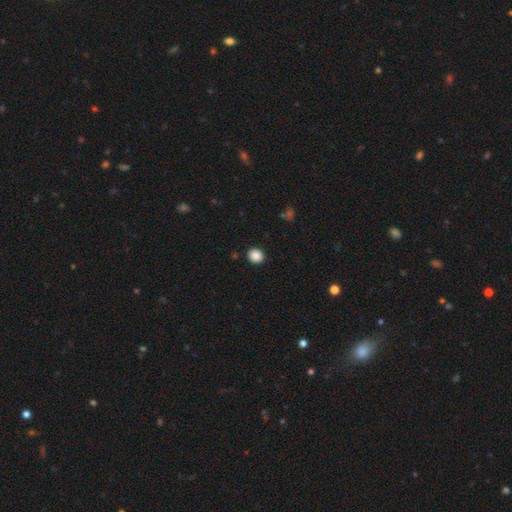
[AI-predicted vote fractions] The model was most divided on "how rounded": round: 79%, in between: 20%, cigar-shaped: 1%. More confident: merging — none (92%); smooth or featured — smooth (87%).